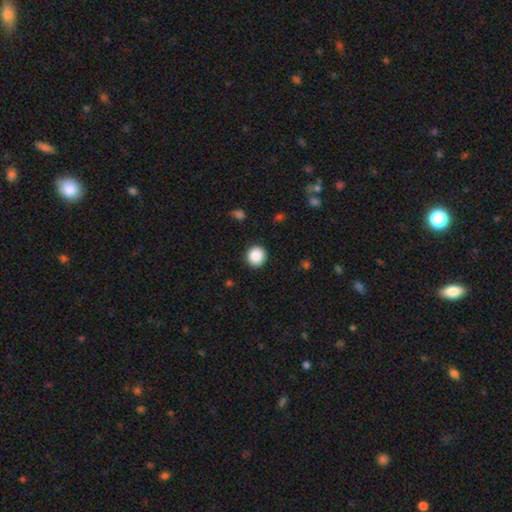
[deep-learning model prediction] Overall: smooth (88%). How rounded: round (91%). Merging: none (91%).